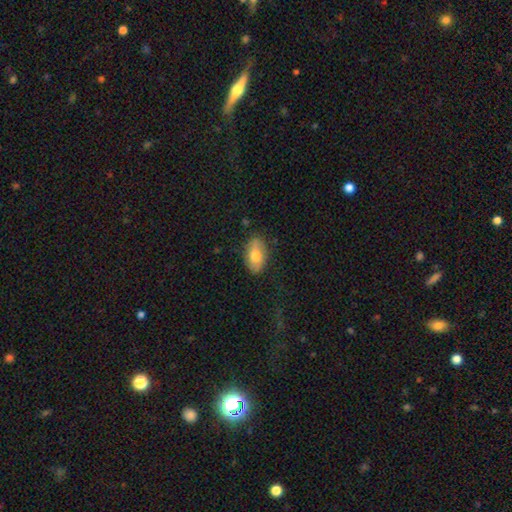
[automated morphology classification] smooth-or-featured: smooth: 72% | featured or disk: 22% | star or artifact: 6%
  how-rounded: in between: 91% | round: 6% | cigar-shaped: 2%
  merging: none: 82% | minor disturbance: 14% | major disturbance: 3% | merger: 1%